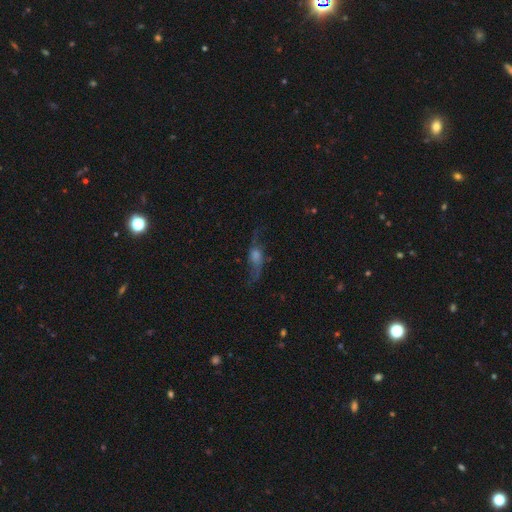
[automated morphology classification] This is likely a featured or disk galaxy (66%). It is likely not viewed edge-on (60%). Merging: likely none (63%).